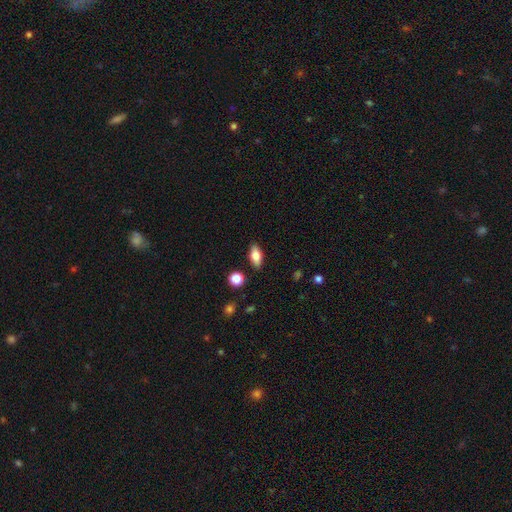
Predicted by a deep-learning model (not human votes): Q: Smooth or featured?
A: smooth (75%); runner-up: featured or disk (17%)
Q: How rounded?
A: in between (84%); runner-up: cigar-shaped (11%)
Q: Merging?
A: none (87%); runner-up: minor disturbance (9%)